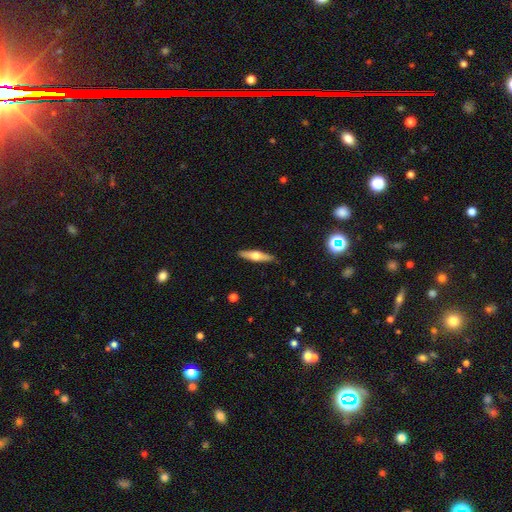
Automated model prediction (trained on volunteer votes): Smooth or featured? Predicted: featured or disk (p=0.52). Edge-on disk? Predicted: yes (p=0.93). Merging? Predicted: none (p=0.90).